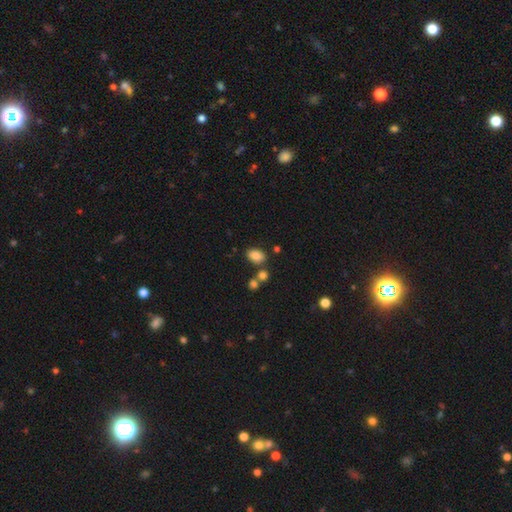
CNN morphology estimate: type=smooth (85%); roundness=in between (85%); merging=none (72%).